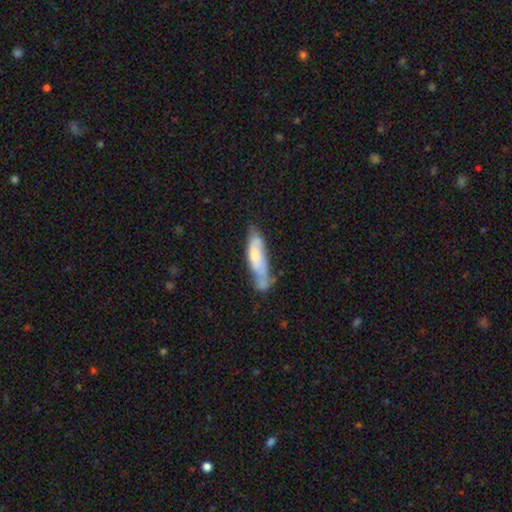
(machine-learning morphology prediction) Smooth or featured? Predicted: smooth (p=0.54). How rounded? Predicted: cigar-shaped (p=0.61). Merging? Predicted: none (p=0.40).